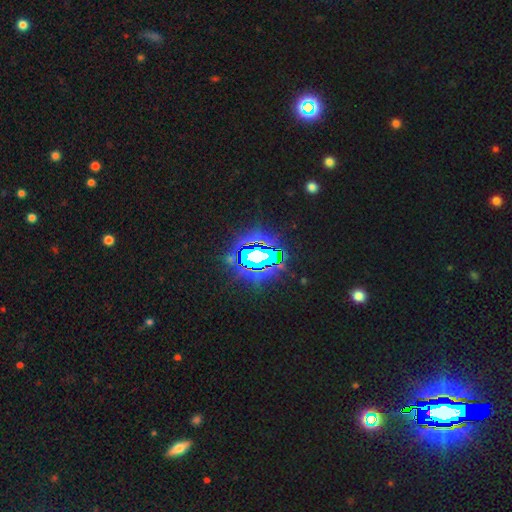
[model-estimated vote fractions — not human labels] star or artifact 73%, featured or disk 15%, smooth 12%.